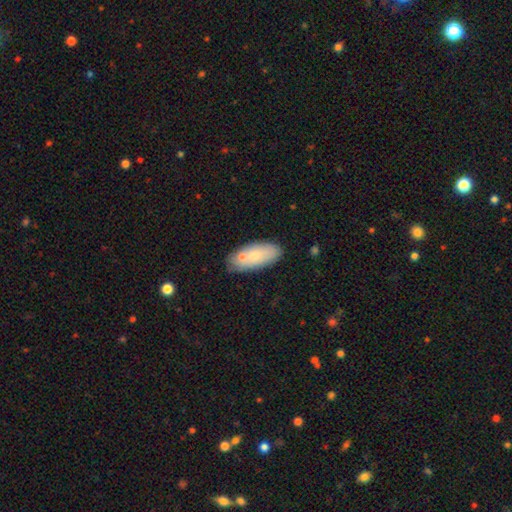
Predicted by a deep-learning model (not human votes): A smooth galaxy with no disk features (75%) that is in between round and cigar-shaped (86%).

Vote fractions:
- Smooth or featured? smooth: 75% / featured or disk: 18% / star or artifact: 7%
- How rounded? in between: 86% / cigar-shaped: 12% / round: 2%
- Merging? none: 70% / minor disturbance: 15% / merger: 12% / major disturbance: 3%